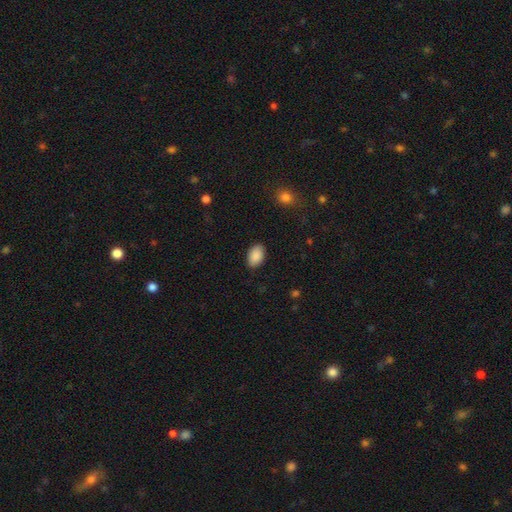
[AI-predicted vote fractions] Overall: smooth (90%). How rounded: in between (91%). Merging: none (88%).